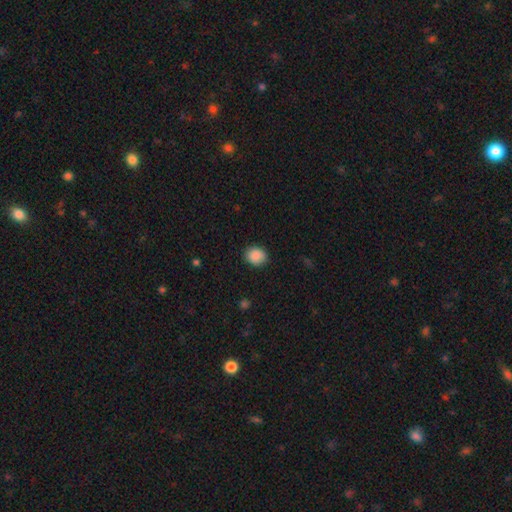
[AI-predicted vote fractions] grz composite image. It shows a smooth galaxy with no disk features (89%) that is round (64%). Merging: none (88%).